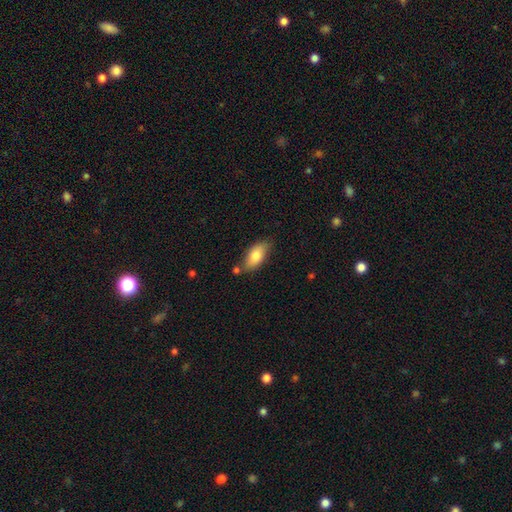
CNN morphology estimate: This appears to be a smooth galaxy with no disk features (78%) that is in between round and cigar-shaped (89%). Merging: none (73%).